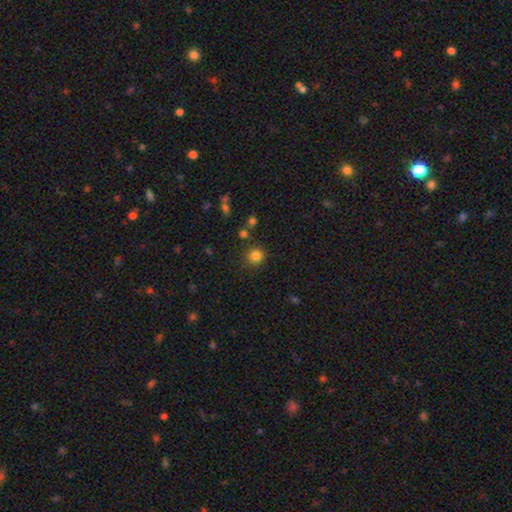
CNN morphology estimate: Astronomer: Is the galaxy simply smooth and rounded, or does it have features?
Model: smooth — 82%.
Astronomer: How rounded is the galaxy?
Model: round — 91%.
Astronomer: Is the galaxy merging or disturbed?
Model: none — 84%.